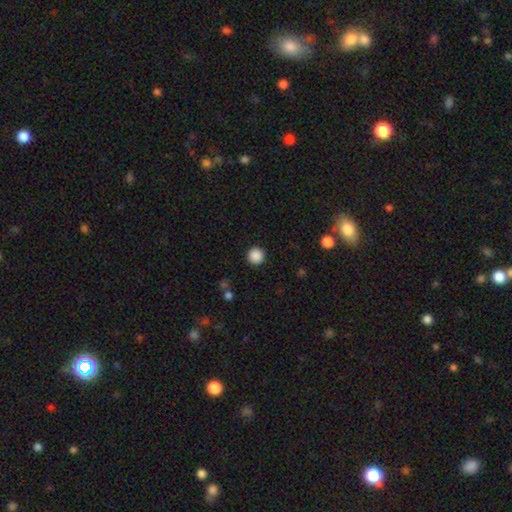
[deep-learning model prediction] smooth-or-featured: smooth: 88% | star or artifact: 9% | featured or disk: 3%
  how-rounded: round: 96% | in between: 3% | cigar-shaped: 1%
  merging: none: 93% | minor disturbance: 5% | major disturbance: 2% | merger: 1%